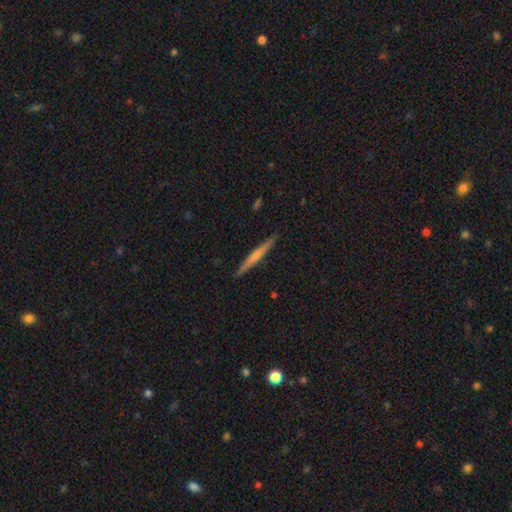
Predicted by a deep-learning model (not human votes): A smooth galaxy with no disk features (50%).

Vote fractions:
- Smooth or featured? smooth: 50% / featured or disk: 45% / star or artifact: 5%
- Merging? none: 90% / minor disturbance: 8% / major disturbance: 1% / merger: 1%